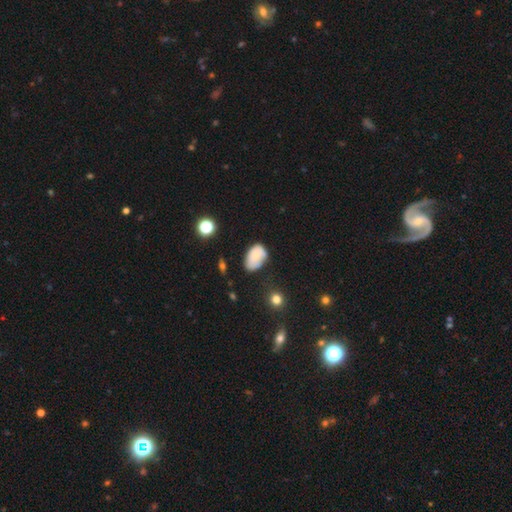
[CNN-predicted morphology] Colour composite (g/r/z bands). It shows a smooth galaxy with no disk features (73%) that is in between round and cigar-shaped (89%). Merging: none (50%).